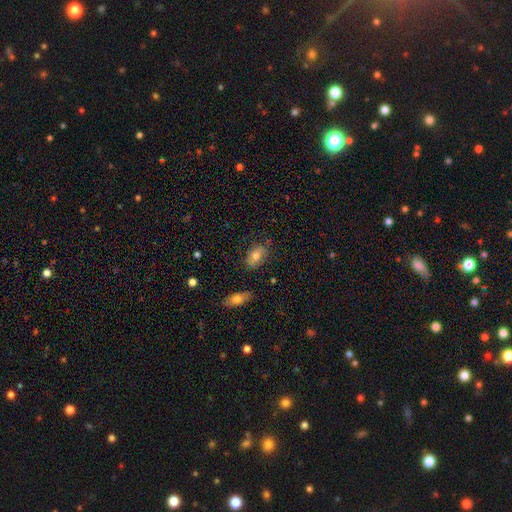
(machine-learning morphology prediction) This is likely a smooth galaxy (74%). How rounded: clearly in between (87%). Merging: likely none (77%).